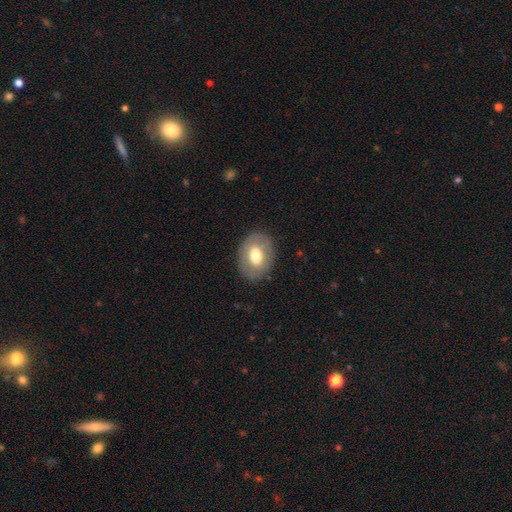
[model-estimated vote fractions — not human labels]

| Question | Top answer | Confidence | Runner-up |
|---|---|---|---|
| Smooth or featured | smooth | 59% | featured or disk (34%) |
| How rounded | in between | 69% | round (30%) |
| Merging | none | 82% | minor disturbance (12%) |